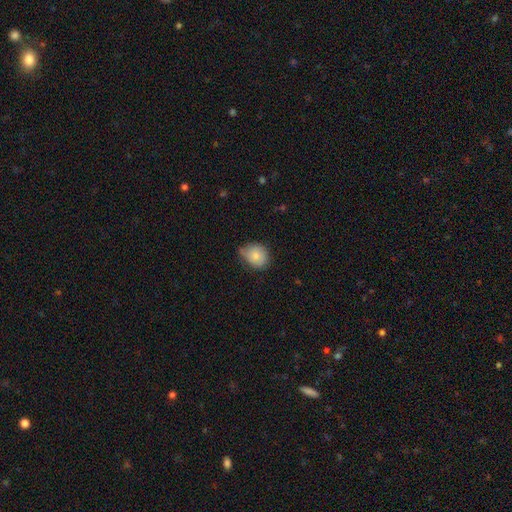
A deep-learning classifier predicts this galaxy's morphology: smooth-or-featured: smooth: 78% | featured or disk: 14% | star or artifact: 8%
  how-rounded: round: 61% | in between: 38% | cigar-shaped: 1%
  merging: none: 49% | minor disturbance: 40% | major disturbance: 8% | merger: 3%